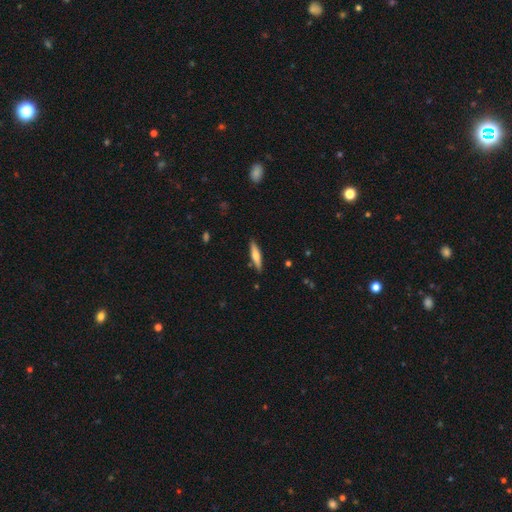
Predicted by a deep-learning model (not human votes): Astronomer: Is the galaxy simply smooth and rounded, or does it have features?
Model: smooth — 62%.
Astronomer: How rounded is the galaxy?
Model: cigar-shaped — 82%.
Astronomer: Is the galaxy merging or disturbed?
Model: none — 86%.